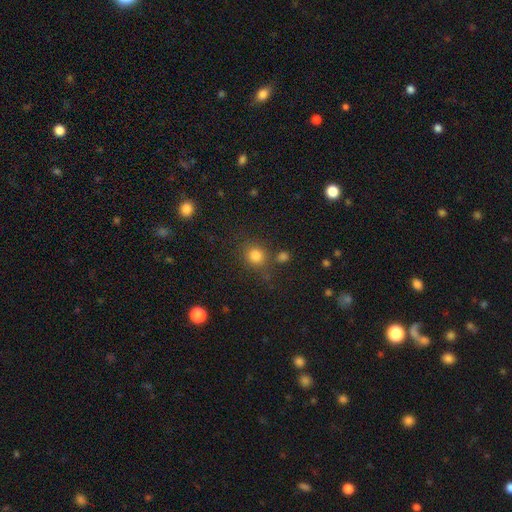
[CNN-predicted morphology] Smooth or featured? smooth (81%)
How rounded? round (82%)
Merging? none (70%)